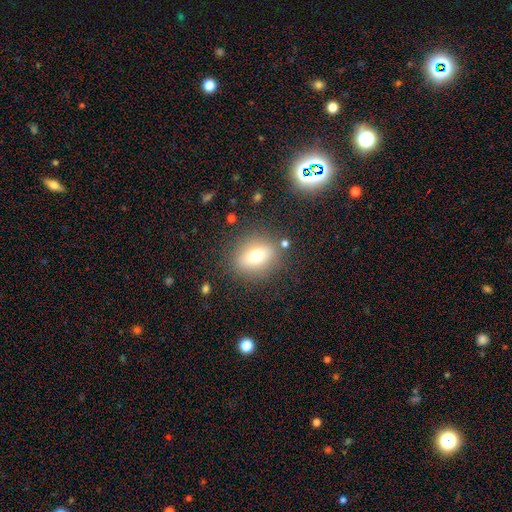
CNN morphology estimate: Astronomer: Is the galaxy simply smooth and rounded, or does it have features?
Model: smooth — 67%.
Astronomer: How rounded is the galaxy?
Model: in between — 50% (runner-up: round, 48%).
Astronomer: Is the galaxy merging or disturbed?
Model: none — 81%.